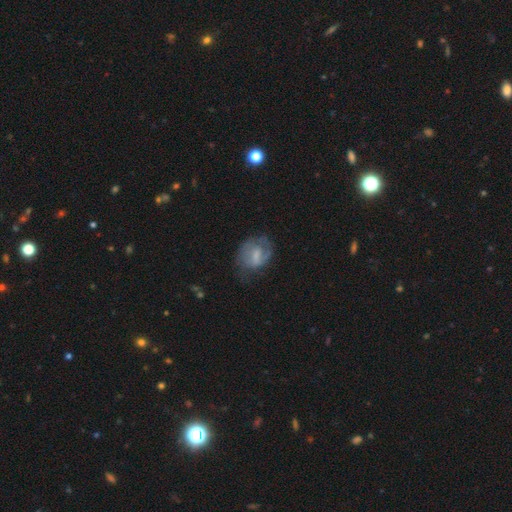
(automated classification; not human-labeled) smooth-or-featured: featured or disk: 50% | smooth: 41% | star or artifact: 8%
  disk-edge-on: no: 96% | yes: 4%
  merging: none: 49% | minor disturbance: 27% | major disturbance: 21% | merger: 2%